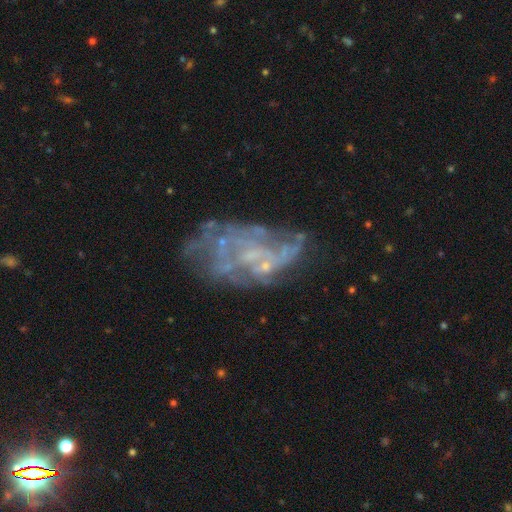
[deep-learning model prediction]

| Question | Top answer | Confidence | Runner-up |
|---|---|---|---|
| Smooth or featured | featured or disk | 74% | star or artifact (13%) |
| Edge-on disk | no | 97% | yes (3%) |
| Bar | no | 84% | weak (13%) |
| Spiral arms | no | 62% | yes (38%) |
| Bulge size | none | 57% | small (33%) |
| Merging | none | 42% | major disturbance (29%) |